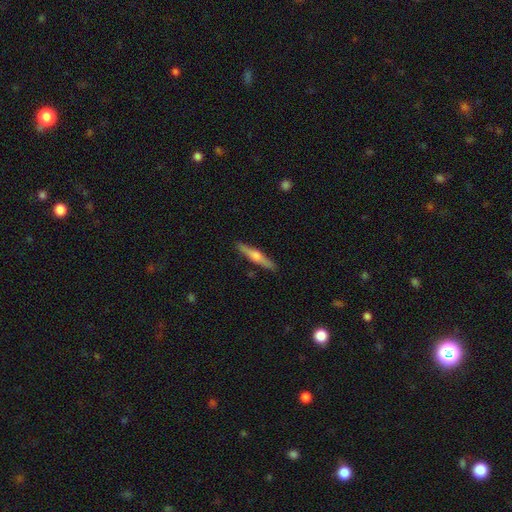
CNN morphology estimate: Smooth or featured: featured or disk — 61% (smooth — 33%)
Edge-on disk: yes — 97% (no — 3%)
Edge-on bulge: rounded — 87% (boxy — 7%)
Merging: none — 90% (minor disturbance — 7%)